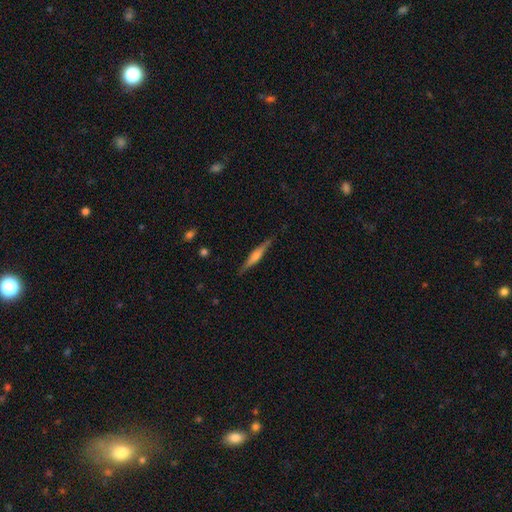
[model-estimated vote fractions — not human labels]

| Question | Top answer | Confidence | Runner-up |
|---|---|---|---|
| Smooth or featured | featured or disk | 67% | smooth (27%) |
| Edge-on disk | yes | 98% | no (2%) |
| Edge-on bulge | rounded | 75% | boxy (15%) |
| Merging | none | 88% | minor disturbance (9%) |